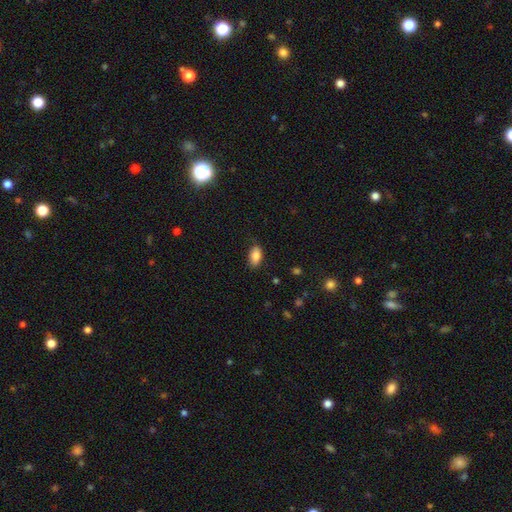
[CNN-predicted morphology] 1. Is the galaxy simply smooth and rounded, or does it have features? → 86% smooth, 8% star or artifact, 7% featured or disk.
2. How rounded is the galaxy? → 91% in between, 5% round, 4% cigar-shaped.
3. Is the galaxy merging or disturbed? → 80% none, 16% minor disturbance, 3% major disturbance, 1% merger.